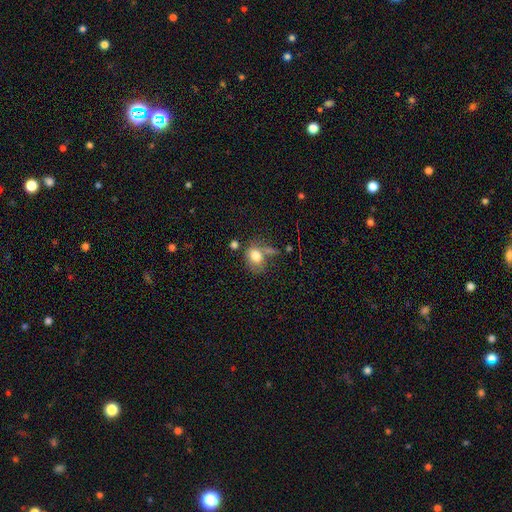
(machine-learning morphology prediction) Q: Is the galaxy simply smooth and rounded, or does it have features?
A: smooth — 76%.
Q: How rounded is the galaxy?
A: in between — 66%.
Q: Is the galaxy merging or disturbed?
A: none — 39%.